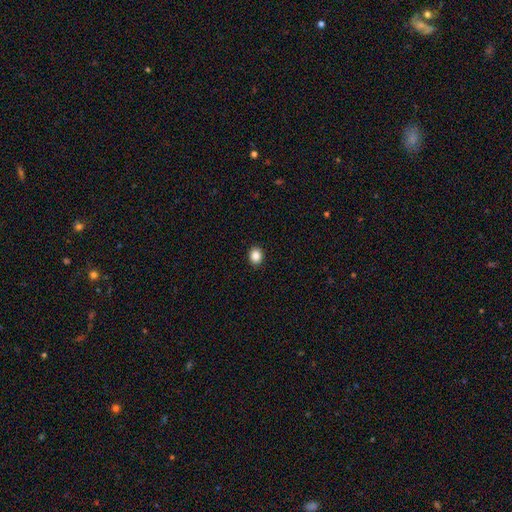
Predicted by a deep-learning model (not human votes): Smooth or featured?
  - smooth: 87% *
  - star or artifact: 10%
  - featured or disk: 4%
How rounded?
  - round: 58% *
  - in between: 41%
  - cigar-shaped: 1%
Merging?
  - none: 92% *
  - minor disturbance: 6%
  - major disturbance: 2%
  - merger: 1%